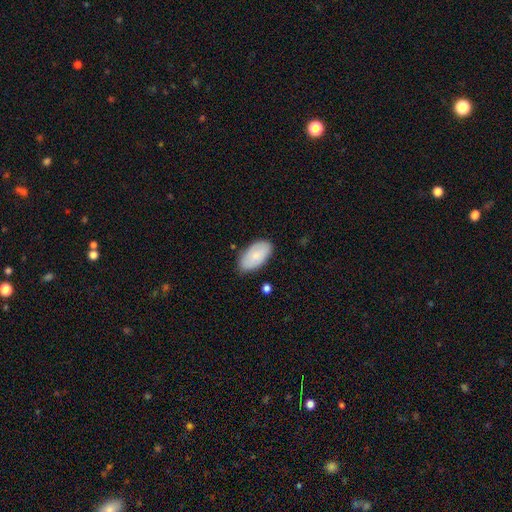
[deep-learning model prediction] This appears to be a smooth galaxy with no disk features (79%) that is in between round and cigar-shaped (95%). Merging: none (78%).